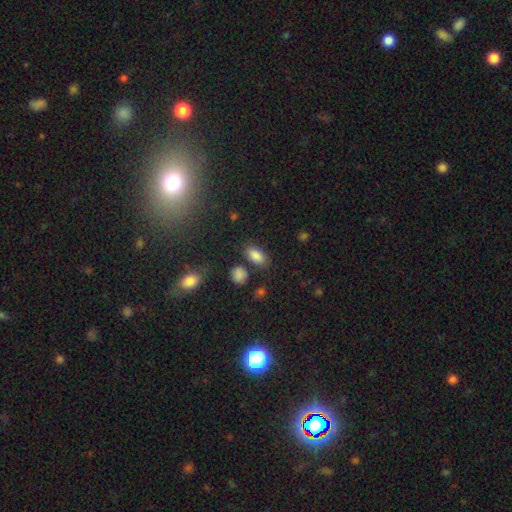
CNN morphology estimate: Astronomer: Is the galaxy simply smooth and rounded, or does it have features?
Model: smooth — 85%.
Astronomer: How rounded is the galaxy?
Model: in between — 90%.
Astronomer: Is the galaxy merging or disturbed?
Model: none — 76%.